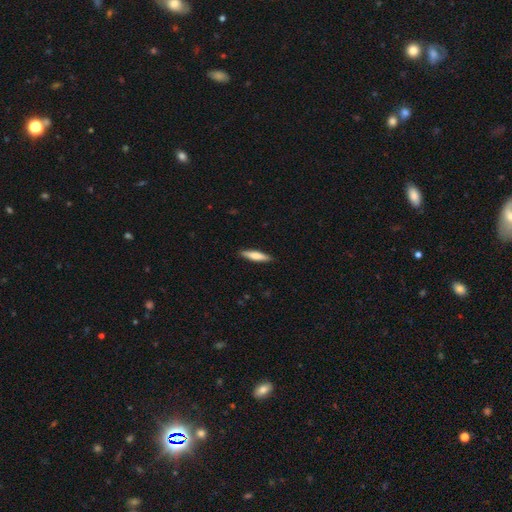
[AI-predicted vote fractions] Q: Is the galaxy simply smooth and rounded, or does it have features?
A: smooth — 68%.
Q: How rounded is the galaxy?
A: cigar-shaped — 79%.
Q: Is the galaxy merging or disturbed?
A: none — 89%.